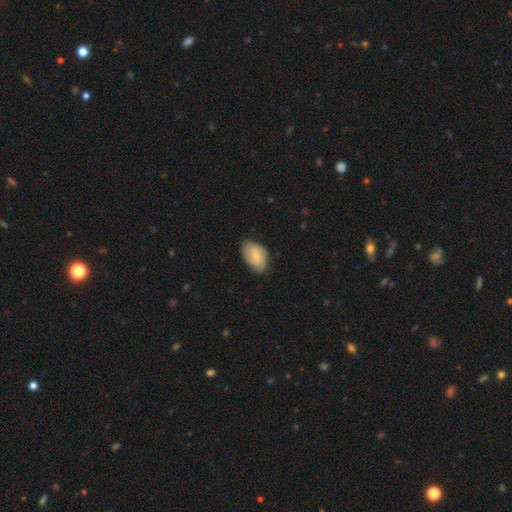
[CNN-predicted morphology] smooth_or_featured: smooth (p=0.63) [alt: featured or disk p=0.31]
how_rounded: in between (p=0.88) [alt: round p=0.11]
merging: none (p=0.67) [alt: minor disturbance p=0.28]